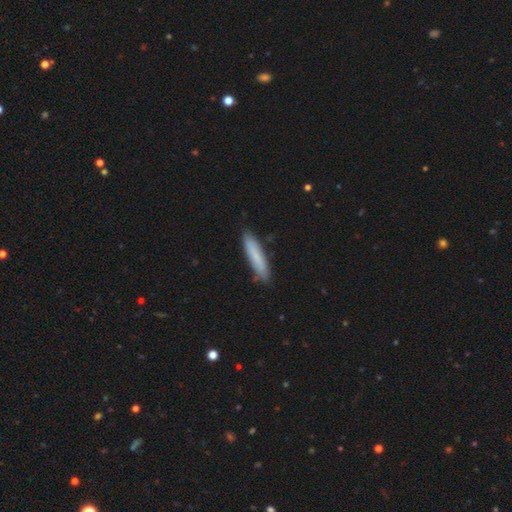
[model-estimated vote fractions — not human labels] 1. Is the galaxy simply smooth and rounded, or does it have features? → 76% smooth, 17% featured or disk, 6% star or artifact.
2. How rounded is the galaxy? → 85% cigar-shaped, 14% in between, 1% round.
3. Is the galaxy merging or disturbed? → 83% none, 13% minor disturbance, 2% major disturbance, 2% merger.